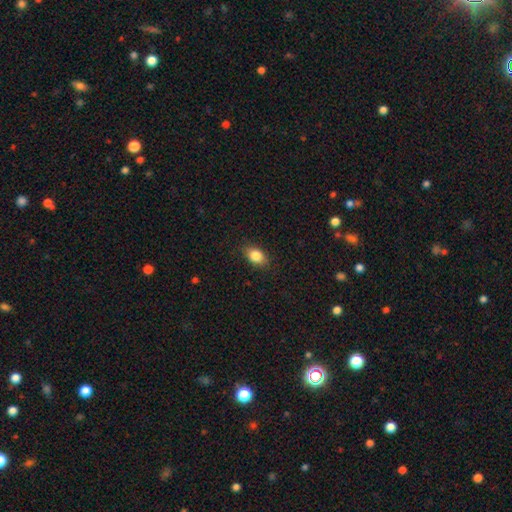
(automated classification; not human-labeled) smooth_or_featured: smooth (p=0.85) [alt: star or artifact p=0.09]
how_rounded: in between (p=0.79) [alt: round p=0.19]
merging: none (p=0.85) [alt: minor disturbance p=0.11]